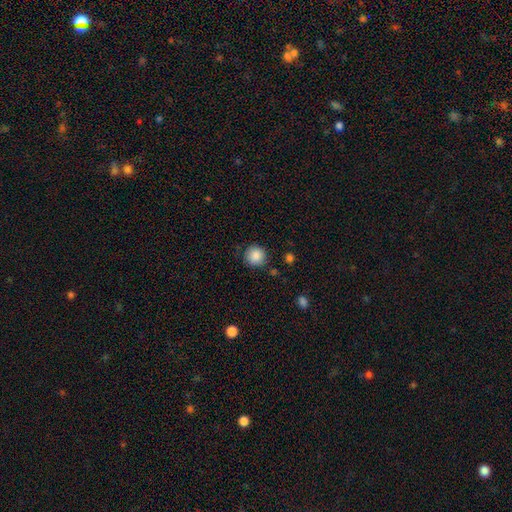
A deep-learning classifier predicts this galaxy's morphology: Q: Smooth or featured?
A: smooth (87%); runner-up: star or artifact (9%)
Q: How rounded?
A: round (93%); runner-up: in between (6%)
Q: Merging?
A: none (85%); runner-up: minor disturbance (10%)